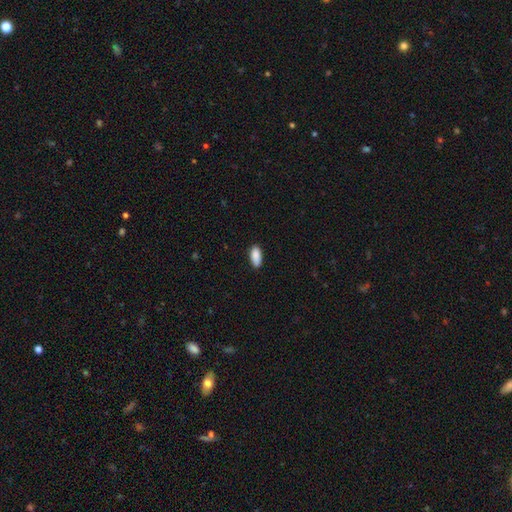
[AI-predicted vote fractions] Smooth or featured? smooth (90%)
How rounded? in between (87%)
Merging? none (85%)